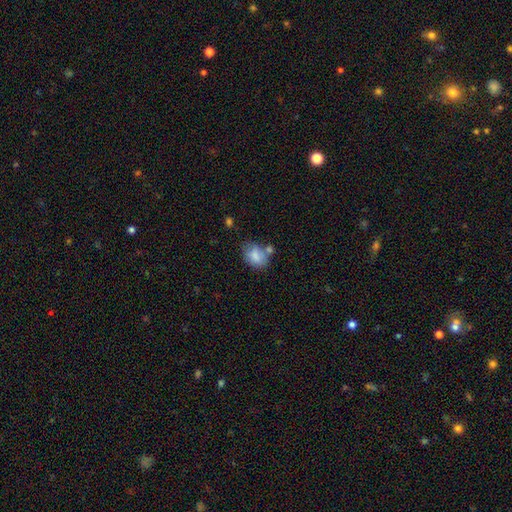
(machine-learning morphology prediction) Overall: smooth (79%). How rounded: in between (75%). Merging: none (48%; minor disturbance 23%).